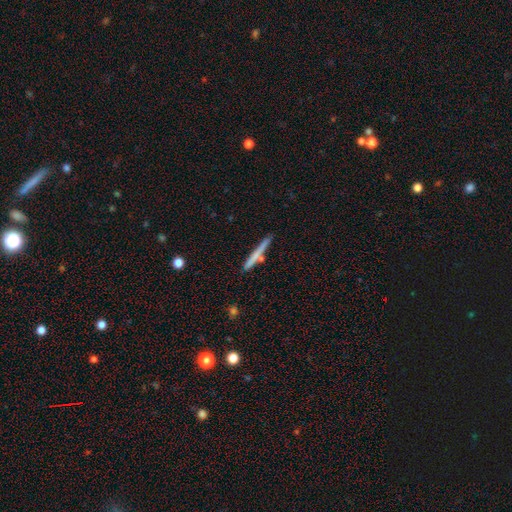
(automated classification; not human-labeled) Q: Smooth or featured?
A: smooth (62%); runner-up: featured or disk (32%)
Q: How rounded?
A: cigar-shaped (96%); runner-up: in between (3%)
Q: Merging?
A: none (78%); runner-up: minor disturbance (12%)